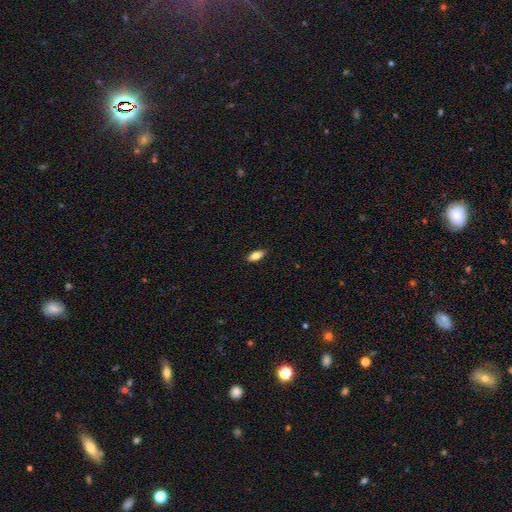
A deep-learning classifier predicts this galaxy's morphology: The model was most divided on "how rounded": in between: 81%, cigar-shaped: 16%, round: 3%. More confident: merging — none (88%); smooth or featured — smooth (80%).